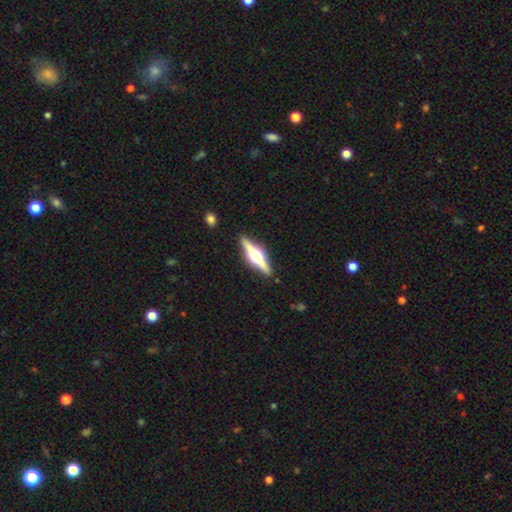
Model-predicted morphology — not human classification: Q: Smooth or featured?
A: featured or disk (77%); runner-up: smooth (18%)
Q: Edge-on disk?
A: yes (98%); runner-up: no (2%)
Q: Edge-on bulge?
A: rounded (94%); runner-up: boxy (4%)
Q: Merging?
A: none (90%); runner-up: minor disturbance (7%)